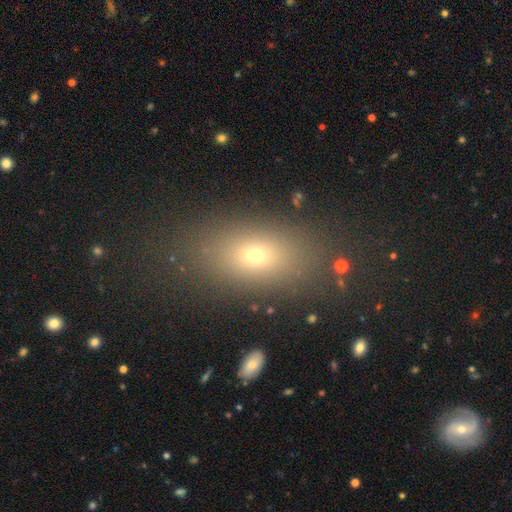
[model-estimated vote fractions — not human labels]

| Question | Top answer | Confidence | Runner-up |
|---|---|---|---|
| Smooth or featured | smooth | 66% | star or artifact (19%) |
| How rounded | in between | 78% | round (15%) |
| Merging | none | 82% | minor disturbance (10%) |